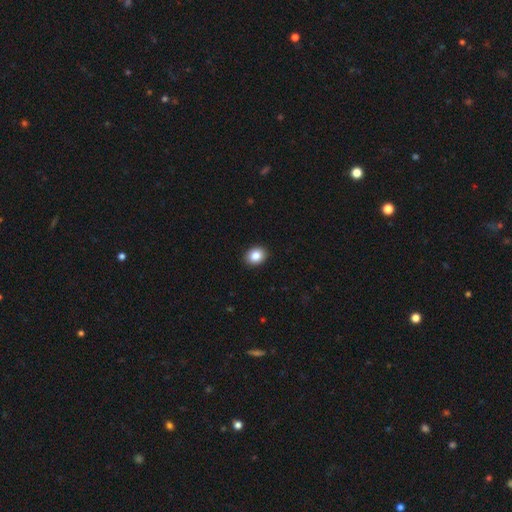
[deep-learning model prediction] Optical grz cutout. It shows a smooth galaxy with no disk features (85%) that is round (52%). Merging: none (92%).